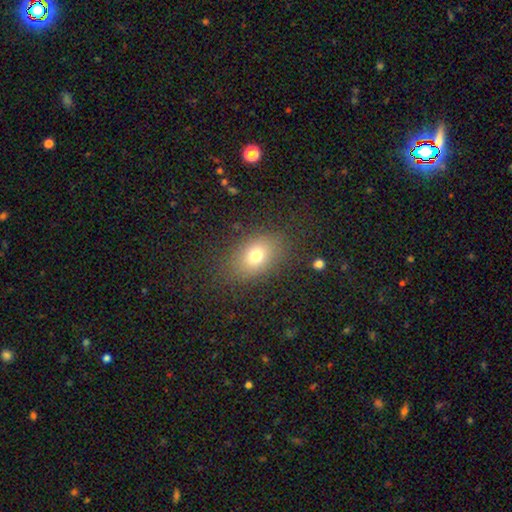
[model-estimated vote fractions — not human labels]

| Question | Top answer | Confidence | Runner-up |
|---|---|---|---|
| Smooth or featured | smooth | 73% | featured or disk (14%) |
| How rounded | in between | 74% | round (25%) |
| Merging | none | 82% | minor disturbance (11%) |